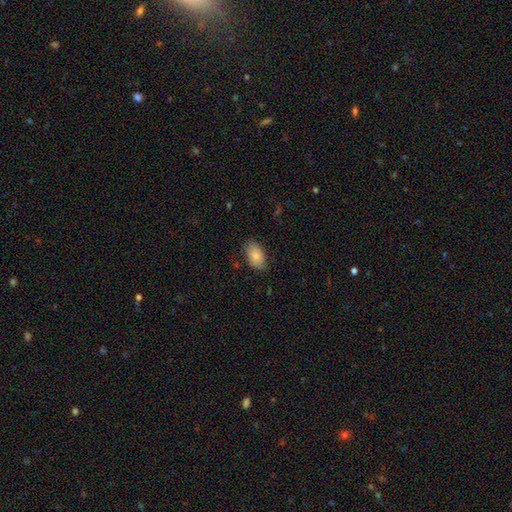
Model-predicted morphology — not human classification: type=smooth (86%); roundness=in between (93%); merging=none (79%).